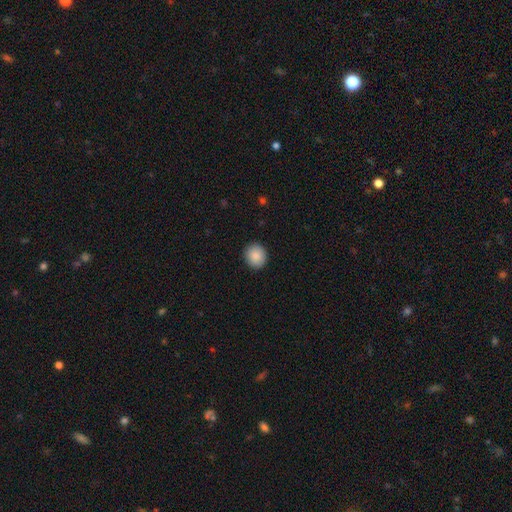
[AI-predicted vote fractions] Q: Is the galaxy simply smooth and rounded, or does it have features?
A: smooth — 89%.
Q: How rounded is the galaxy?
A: round — 80%.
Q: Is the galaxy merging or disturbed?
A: none — 92%.